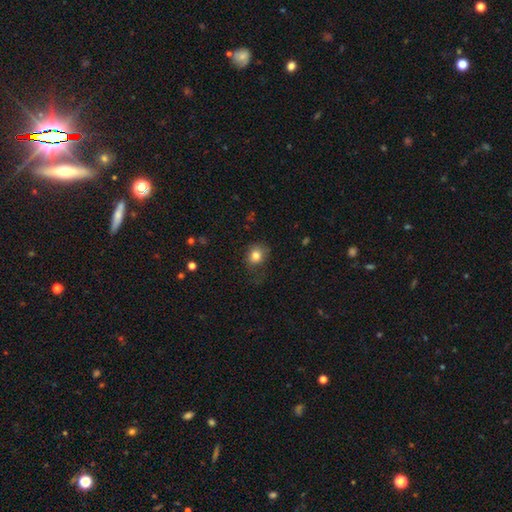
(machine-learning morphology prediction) Smooth or featured: smooth — 81% (star or artifact — 11%)
How rounded: round — 69% (in between — 30%)
Merging: none — 66% (minor disturbance — 23%)